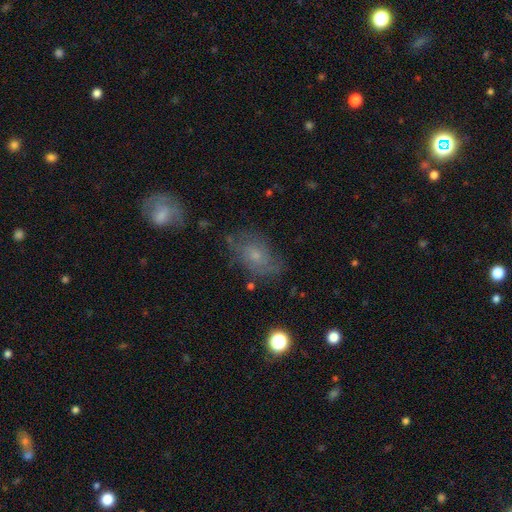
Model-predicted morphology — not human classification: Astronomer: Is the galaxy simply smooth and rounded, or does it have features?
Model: featured or disk — 47% (runner-up: smooth, 40%).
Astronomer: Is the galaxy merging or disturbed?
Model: none — 65%.